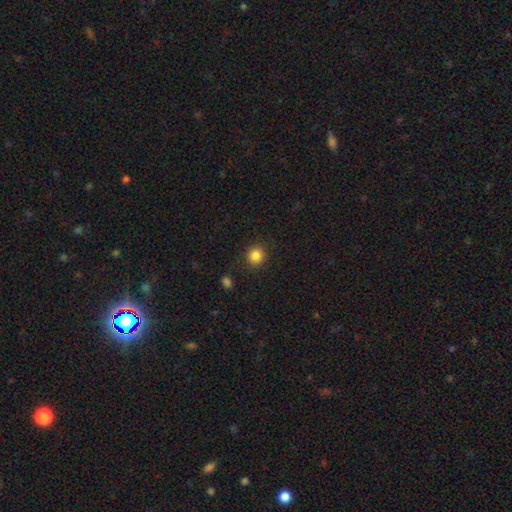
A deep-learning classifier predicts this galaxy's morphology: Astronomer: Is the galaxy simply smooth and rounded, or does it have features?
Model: smooth — 85%.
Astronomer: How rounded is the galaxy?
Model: round — 91%.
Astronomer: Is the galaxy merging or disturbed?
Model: none — 89%.